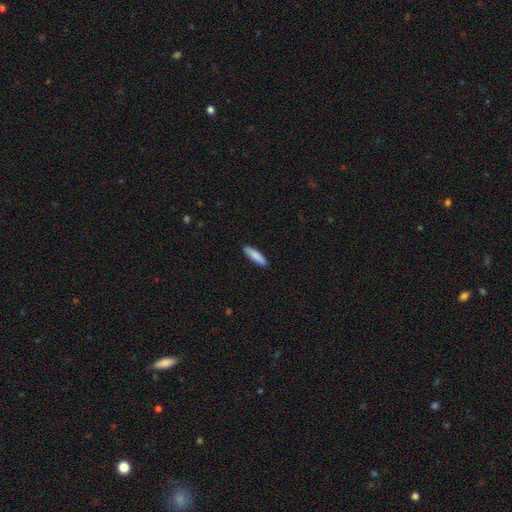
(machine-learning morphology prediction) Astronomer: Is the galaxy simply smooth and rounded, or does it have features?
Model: smooth — 86%.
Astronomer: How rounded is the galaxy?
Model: cigar-shaped — 72%.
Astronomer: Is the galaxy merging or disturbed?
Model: none — 89%.